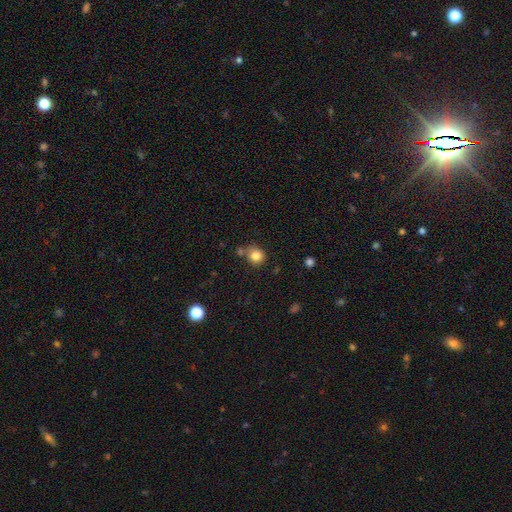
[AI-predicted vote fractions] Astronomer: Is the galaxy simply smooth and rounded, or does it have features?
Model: smooth — 83%.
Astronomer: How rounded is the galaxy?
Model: round — 86%.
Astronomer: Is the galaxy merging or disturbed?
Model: none — 68%.